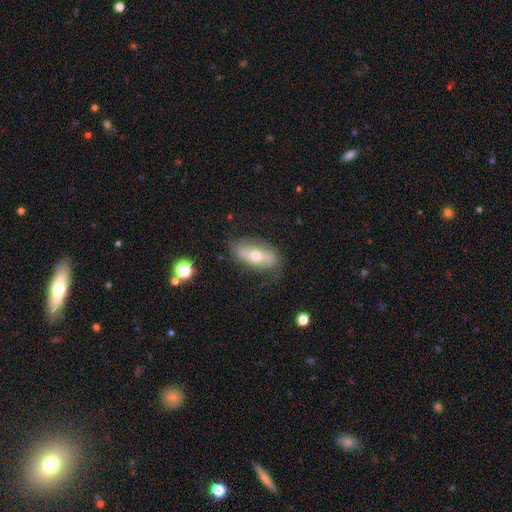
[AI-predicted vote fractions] A smooth galaxy with no disk features (48%). Merging: none (70%).